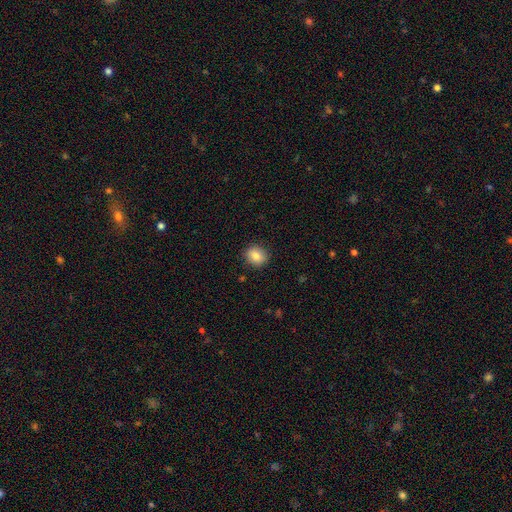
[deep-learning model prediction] A smooth galaxy with no disk features (83%) that is round (79%).

Vote fractions:
- Smooth or featured? smooth: 83% / star or artifact: 9% / featured or disk: 8%
- How rounded? round: 79% / in between: 21% / cigar-shaped: 1%
- Merging? none: 89% / minor disturbance: 8% / major disturbance: 2% / merger: 1%